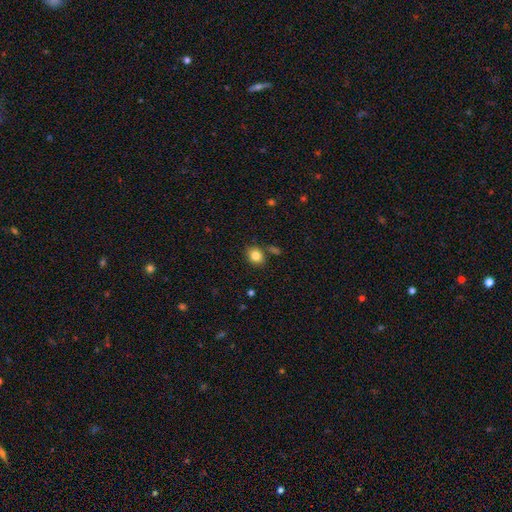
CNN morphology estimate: Smooth or featured: smooth — 83% (star or artifact — 10%)
How rounded: round — 60% (in between — 39%)
Merging: none — 79% (minor disturbance — 12%)